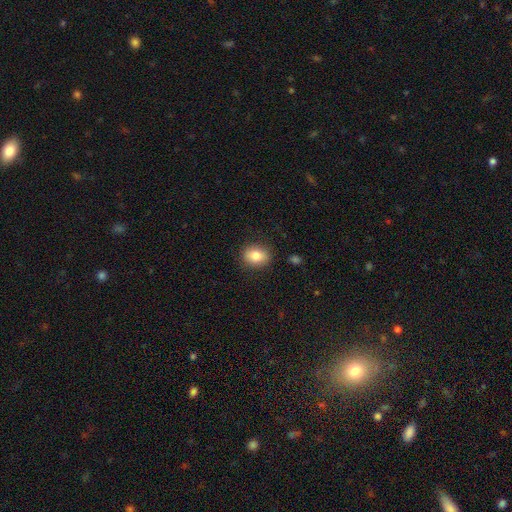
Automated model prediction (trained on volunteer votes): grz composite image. It shows a smooth galaxy with no disk features (83%) that is in between round and cigar-shaped (56%). Merging: none (86%).